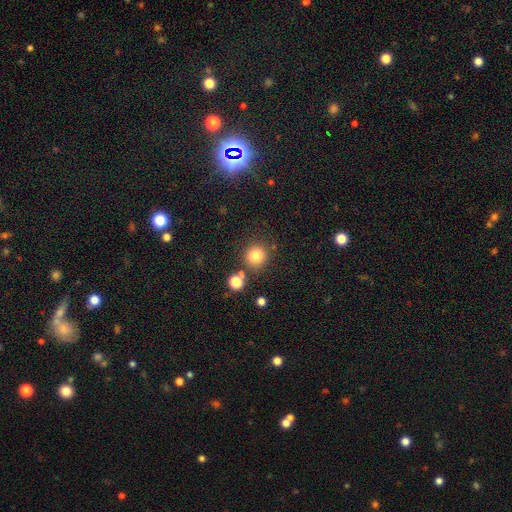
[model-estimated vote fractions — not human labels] smooth-or-featured: smooth: 81% | star or artifact: 13% | featured or disk: 6%
  how-rounded: round: 92% | in between: 7% | cigar-shaped: 1%
  merging: none: 80% | minor disturbance: 9% | merger: 8% | major disturbance: 3%